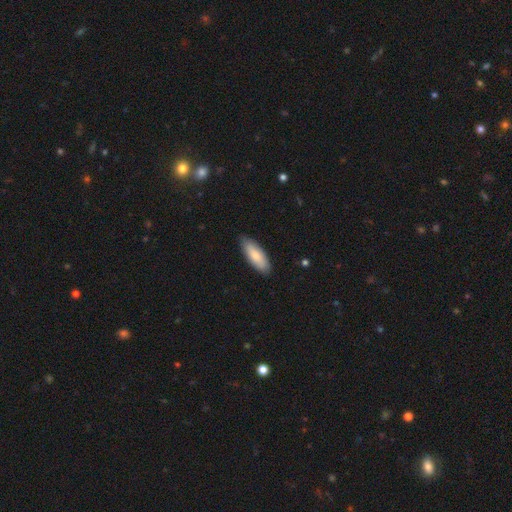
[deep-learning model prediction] A smooth galaxy with no disk features (80%) that is in between round and cigar-shaped (72%).

Vote fractions:
- Smooth or featured? smooth: 80% / featured or disk: 15% / star or artifact: 5%
- How rounded? in between: 72% / cigar-shaped: 26% / round: 2%
- Merging? none: 85% / minor disturbance: 12% / major disturbance: 2% / merger: 1%